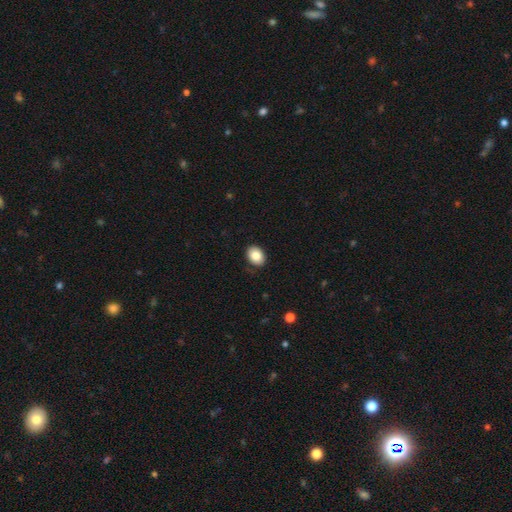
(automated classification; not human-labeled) smooth_or_featured: smooth (p=0.84) [alt: star or artifact p=0.08]
how_rounded: in between (p=0.68) [alt: round p=0.31]
merging: none (p=0.86) [alt: minor disturbance p=0.10]